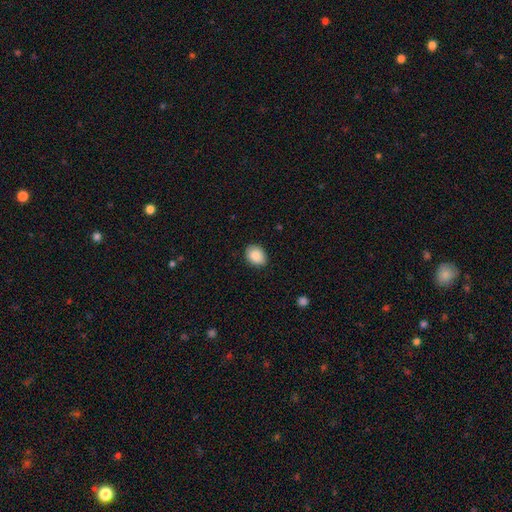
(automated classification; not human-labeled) Morphology: type=smooth (88%); roundness=in between (65%); merging=none (85%).